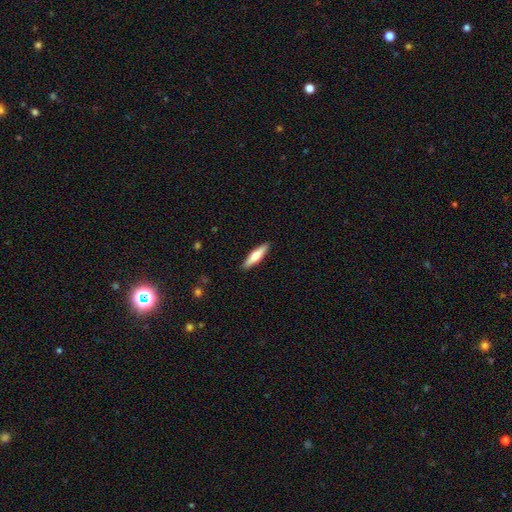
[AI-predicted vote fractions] smooth_or_featured: smooth (p=0.62) [alt: featured or disk p=0.33]
how_rounded: cigar-shaped (p=0.76) [alt: in between p=0.23]
merging: none (p=0.91) [alt: minor disturbance p=0.07]